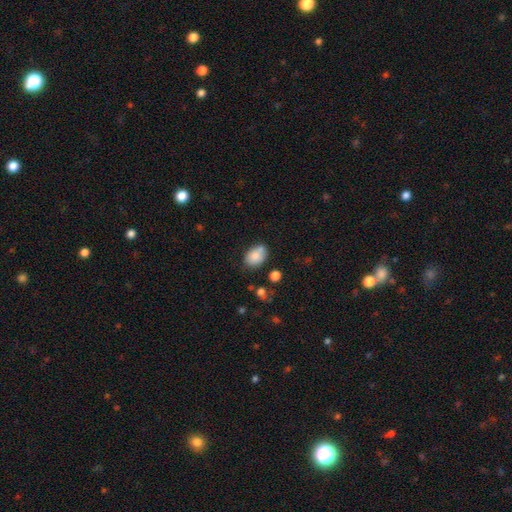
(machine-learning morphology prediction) Smooth or featured: smooth — 81% (featured or disk — 10%)
How rounded: in between — 77% (round — 22%)
Merging: none — 59% (minor disturbance — 21%)